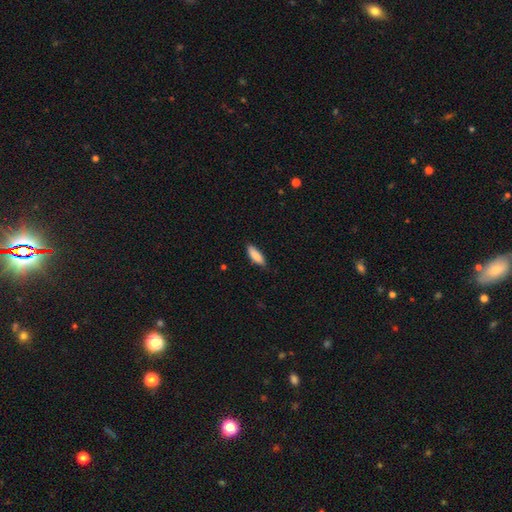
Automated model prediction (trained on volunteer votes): The model was most divided on "how rounded": in between: 58%, cigar-shaped: 40%, round: 2%. More confident: smooth or featured — smooth (86%); merging — none (80%).